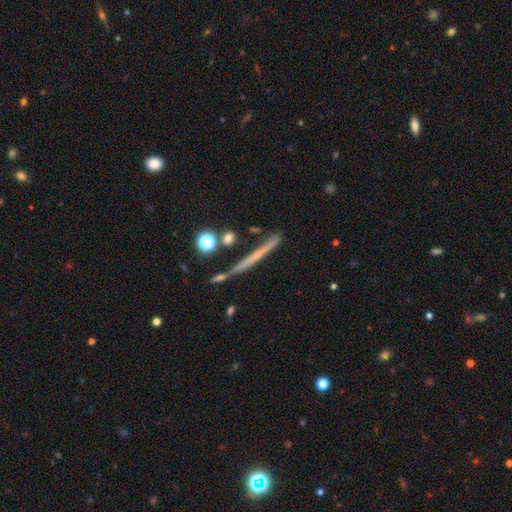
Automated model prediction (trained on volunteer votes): Smooth or featured: featured or disk — 51% (smooth — 40%)
Edge-on disk: yes — 94% (no — 6%)
Merging: none — 78% (minor disturbance — 12%)